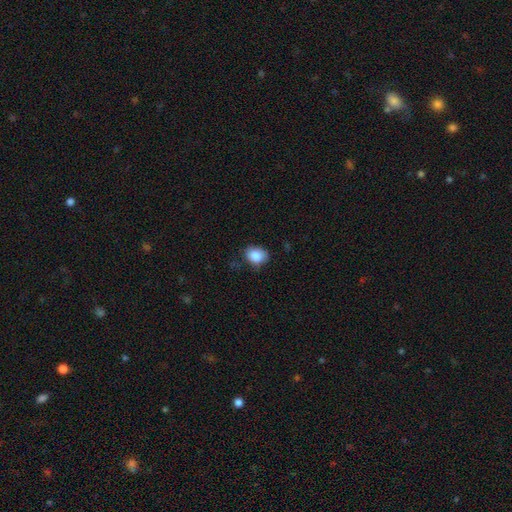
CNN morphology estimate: type=smooth (87%); roundness=in between (55%); merging=none (73%).